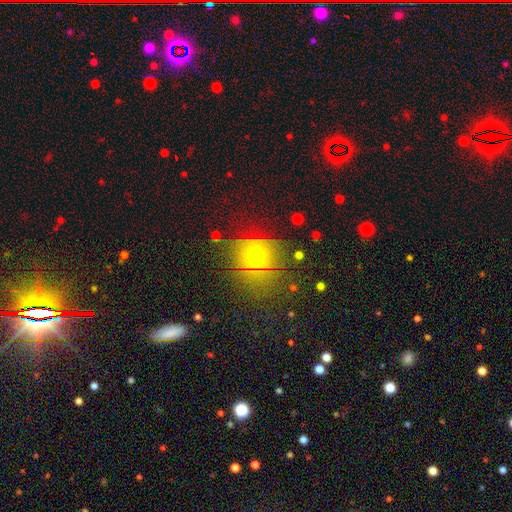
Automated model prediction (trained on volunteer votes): Smooth or featured? Predicted: smooth (p=0.61). How rounded? Predicted: round (p=0.76). Merging? Predicted: none (p=0.71).